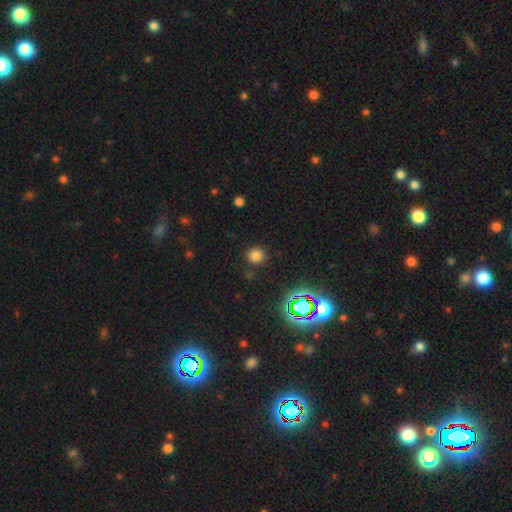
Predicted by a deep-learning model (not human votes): smooth_or_featured: smooth (p=0.73) [alt: star or artifact p=0.21]
how_rounded: round (p=0.89) [alt: in between p=0.10]
merging: none (p=0.87) [alt: minor disturbance p=0.07]